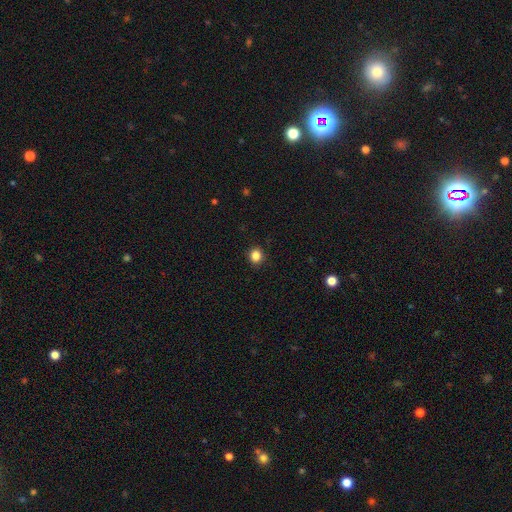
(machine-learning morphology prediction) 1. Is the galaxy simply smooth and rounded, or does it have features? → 86% smooth, 11% star or artifact, 3% featured or disk.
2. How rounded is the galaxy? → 83% round, 16% in between, 1% cigar-shaped.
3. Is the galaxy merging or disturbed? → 91% none, 6% minor disturbance, 2% major disturbance, 1% merger.